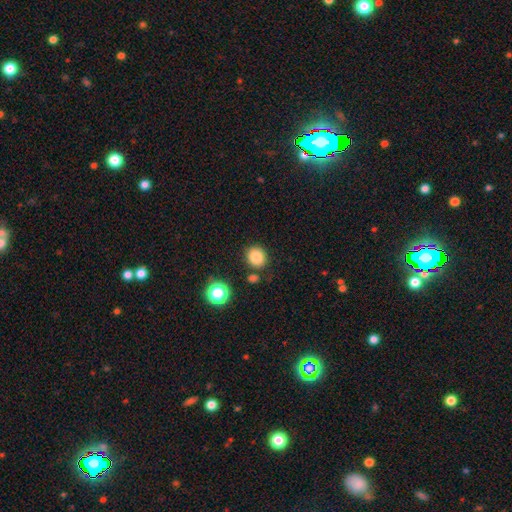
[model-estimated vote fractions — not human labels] smooth-or-featured: smooth: 84% | star or artifact: 11% | featured or disk: 5%
  how-rounded: round: 81% | in between: 18% | cigar-shaped: 1%
  merging: none: 82% | minor disturbance: 9% | merger: 6% | major disturbance: 3%